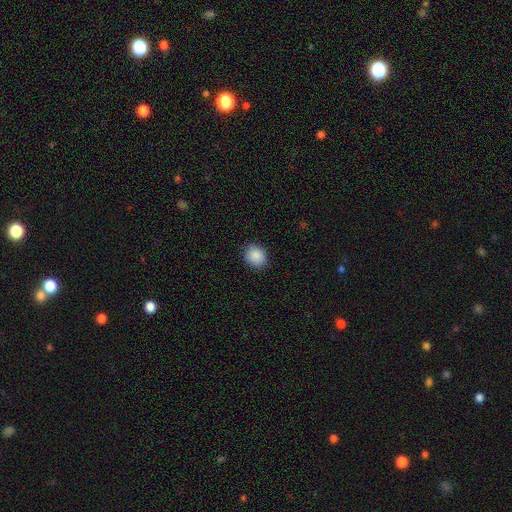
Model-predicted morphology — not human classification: This appears to be a smooth galaxy with no disk features (89%) that is round (70%). Merging: none (88%).